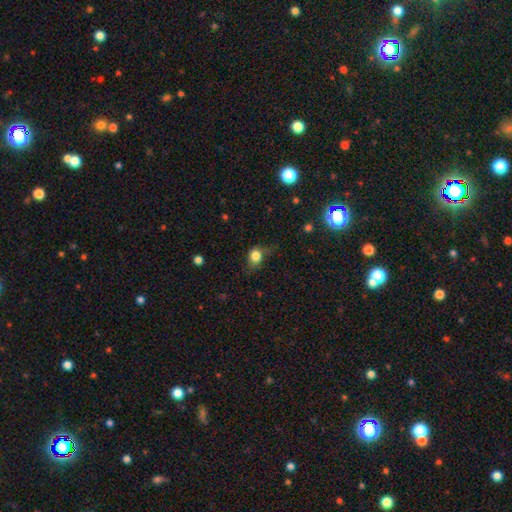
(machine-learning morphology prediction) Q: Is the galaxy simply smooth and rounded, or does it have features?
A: smooth — 80%.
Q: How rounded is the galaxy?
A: round — 58%.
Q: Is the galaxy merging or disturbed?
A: none — 50%.